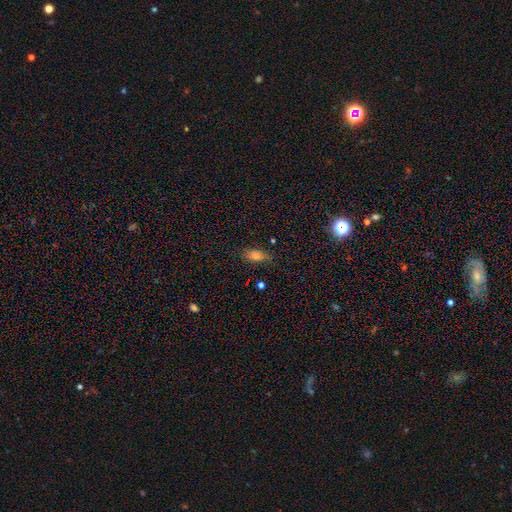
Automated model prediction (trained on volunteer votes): smooth 64%, featured or disk 19%, star or artifact 17%. Down the decision tree: how rounded — in between (75%); merging — none (78%).